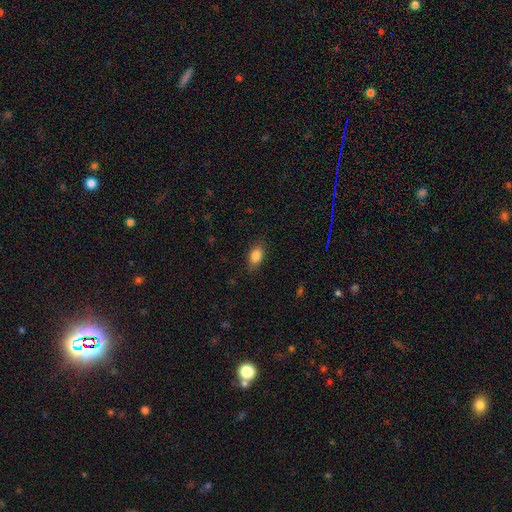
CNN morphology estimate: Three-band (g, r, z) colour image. It shows a smooth galaxy with no disk features (85%) that is in between round and cigar-shaped (85%). Merging: none (84%).